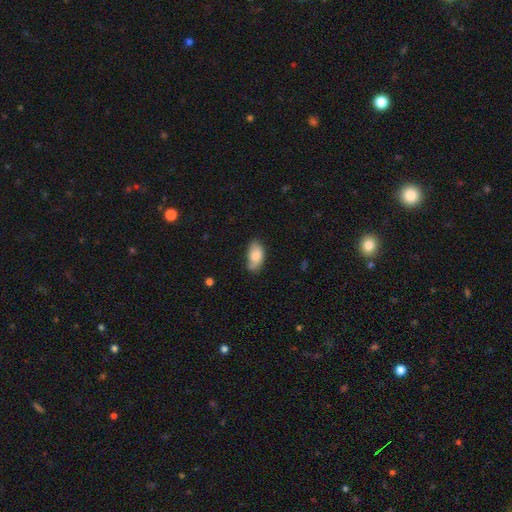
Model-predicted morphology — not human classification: Smooth or featured?
  - smooth: 82% *
  - featured or disk: 12%
  - star or artifact: 7%
How rounded?
  - in between: 93% *
  - cigar-shaped: 4%
  - round: 3%
Merging?
  - none: 61% *
  - minor disturbance: 30%
  - major disturbance: 6%
  - merger: 2%